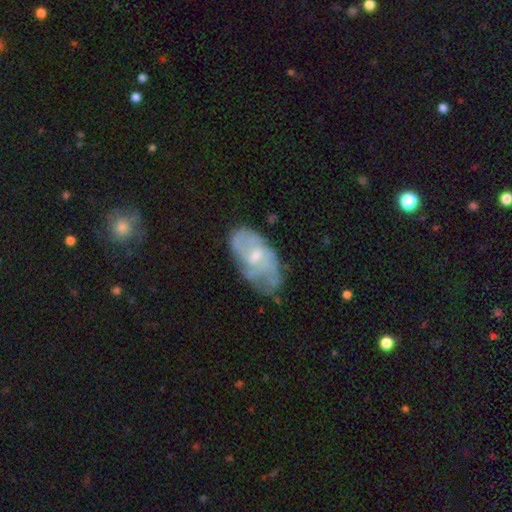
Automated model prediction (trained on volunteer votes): Overall: featured or disk (69%). Edge-on disk: no (95%). Bar: weak (49%; no 44%). Spiral arms: yes (83%). Spiral arm count: can't tell (42%; 2 26%). Spiral winding: medium (42%; tight 37%). Bulge size: small (52%; moderate 39%). Merging: none (58%; minor disturbance 28%).